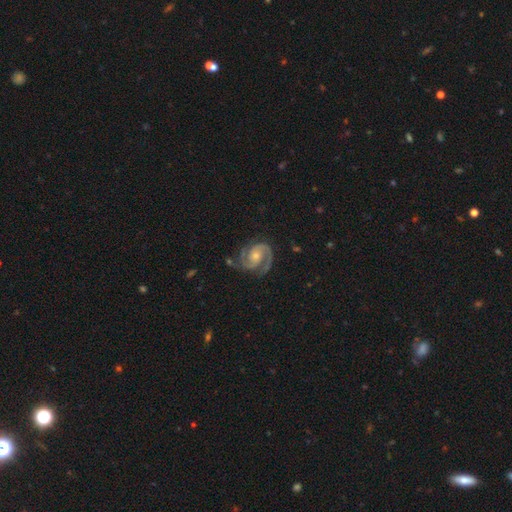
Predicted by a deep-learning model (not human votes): Smooth or featured: featured or disk — 92% (star or artifact — 4%)
Edge-on disk: no — 98% (yes — 2%)
Bar: no — 63% (weak — 29%)
Spiral arms: yes — 98% (no — 2%)
Spiral winding: medium — 50% (tight — 42%)
Spiral arm count: 2 — 90% (3 — 4%)
Bulge size: moderate — 47% (small — 45%)
Merging: none — 74% (minor disturbance — 17%)